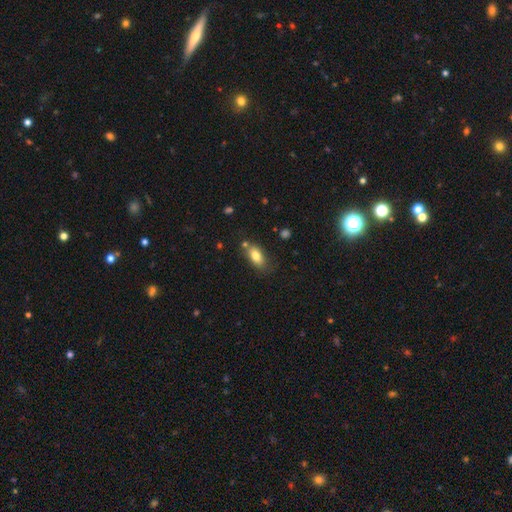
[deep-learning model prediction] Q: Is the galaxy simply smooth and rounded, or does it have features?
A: smooth — 80%.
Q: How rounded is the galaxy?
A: in between — 86%.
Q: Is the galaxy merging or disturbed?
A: none — 69%.